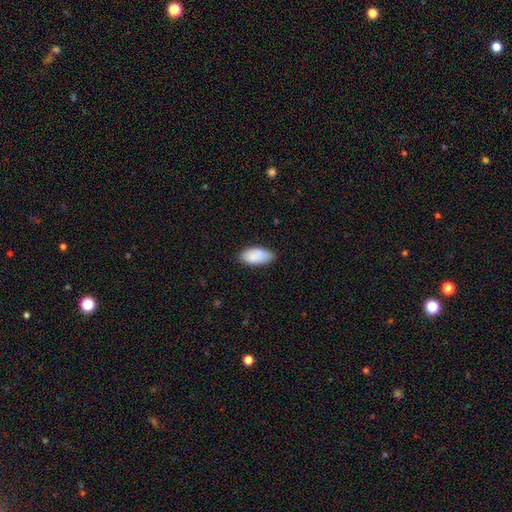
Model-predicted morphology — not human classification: Smooth or featured? smooth (88%)
How rounded? in between (94%)
Merging? none (78%)